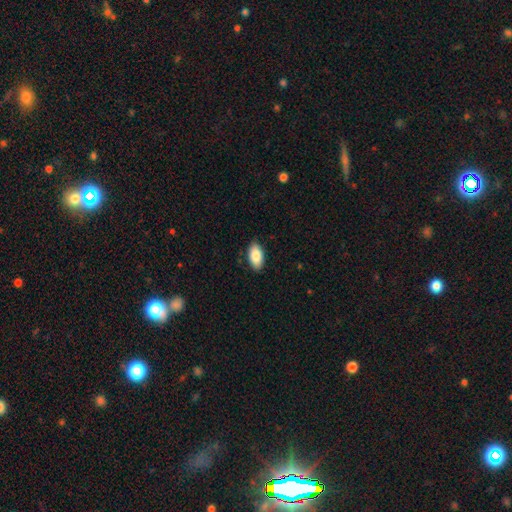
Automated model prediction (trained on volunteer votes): Smooth or featured? smooth (87%)
How rounded? in between (94%)
Merging? none (87%)